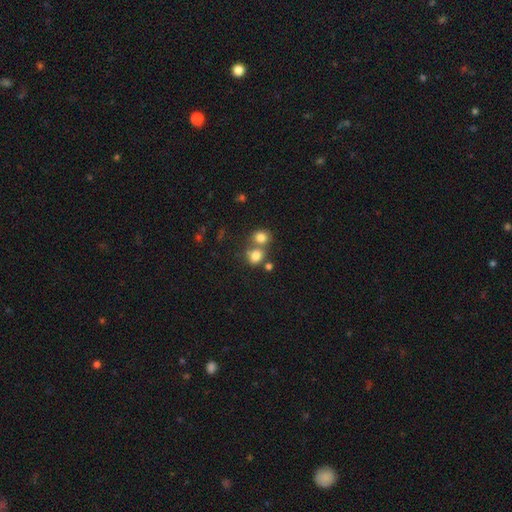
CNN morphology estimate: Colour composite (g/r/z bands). It shows a smooth galaxy with no disk features (78%) that is round (63%). Merging: merger (44%).